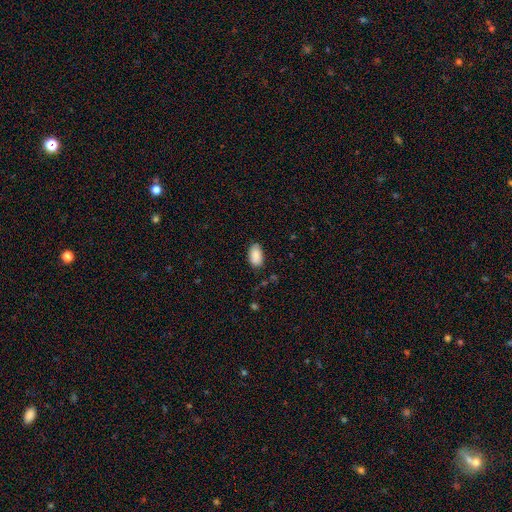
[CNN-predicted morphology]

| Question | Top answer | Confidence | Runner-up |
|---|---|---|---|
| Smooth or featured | smooth | 88% | star or artifact (7%) |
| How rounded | in between | 94% | round (5%) |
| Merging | none | 81% | minor disturbance (15%) |